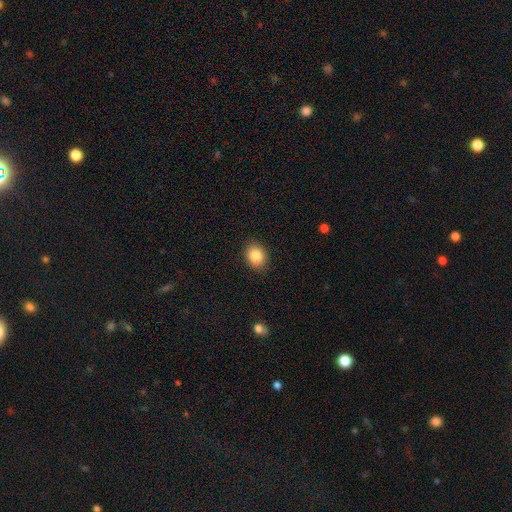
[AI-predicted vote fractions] Smooth or featured? smooth (85%)
How rounded? in between (50%, tied with round)
Merging? none (84%)